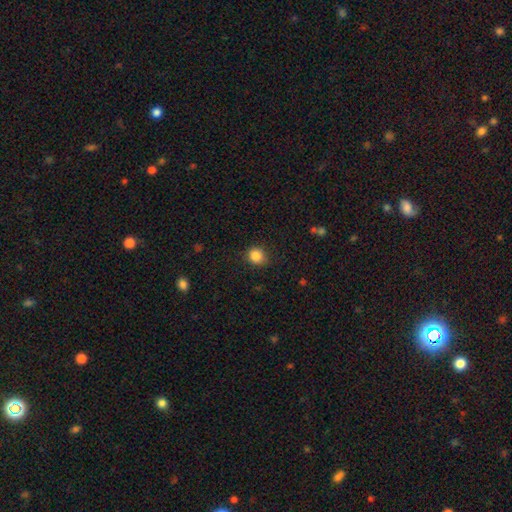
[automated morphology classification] type=smooth (85%); roundness=round (82%); merging=none (84%).